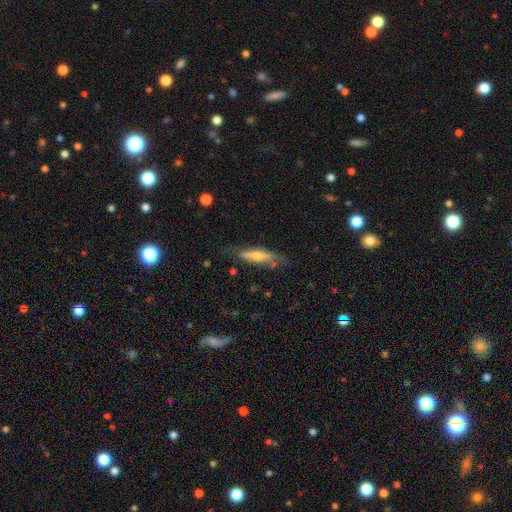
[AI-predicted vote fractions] smooth_or_featured: featured or disk (p=0.56) [alt: smooth p=0.35]
disk_edge_on: yes (p=0.71) [alt: no p=0.29]
merging: none (p=0.70) [alt: minor disturbance p=0.21]